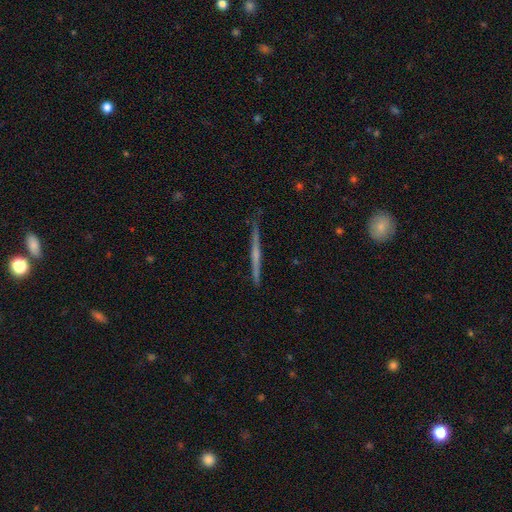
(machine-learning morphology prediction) smooth-or-featured: featured or disk: 67% | smooth: 27% | star or artifact: 6%
  disk-edge-on: yes: 98% | no: 2%
    edge-on-bulge: none: 56% | rounded: 34% | boxy: 10%
  merging: none: 88% | minor disturbance: 9% | major disturbance: 2% | merger: 1%